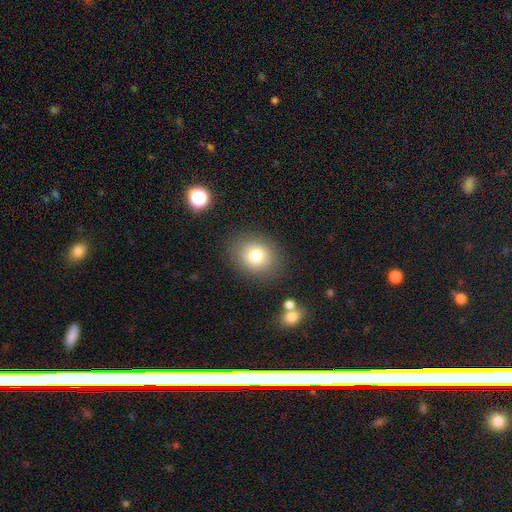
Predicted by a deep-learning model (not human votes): The model was most divided on "how rounded": round: 62%, in between: 37%, cigar-shaped: 1%. More confident: merging — none (84%); smooth or featured — smooth (77%).